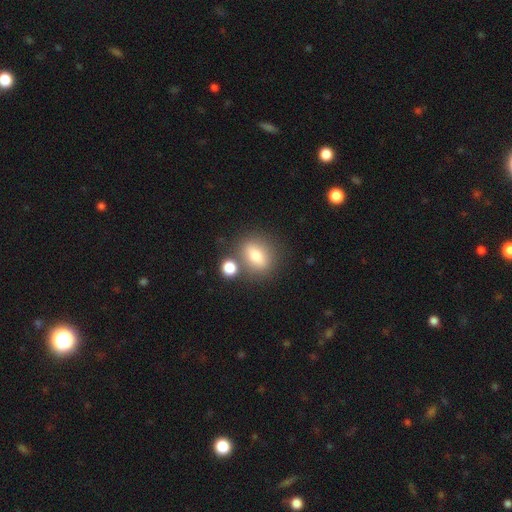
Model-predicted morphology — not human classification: smooth 73%, featured or disk 16%, star or artifact 11%. Down the decision tree: how rounded — in between (62%); merging — none (70%).